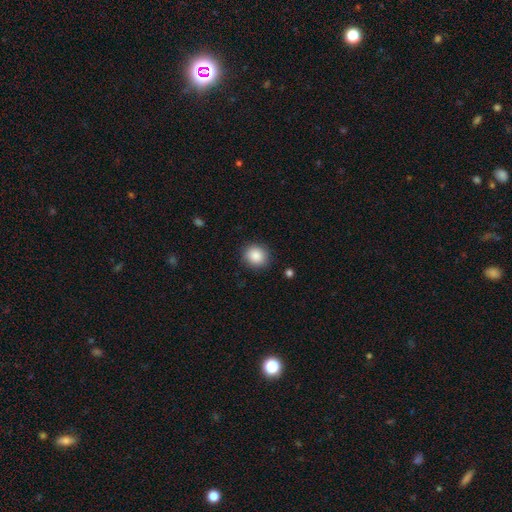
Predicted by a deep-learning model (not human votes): smooth 88%, star or artifact 8%, featured or disk 4%. Down the decision tree: how rounded — round (84%); merging — none (88%).